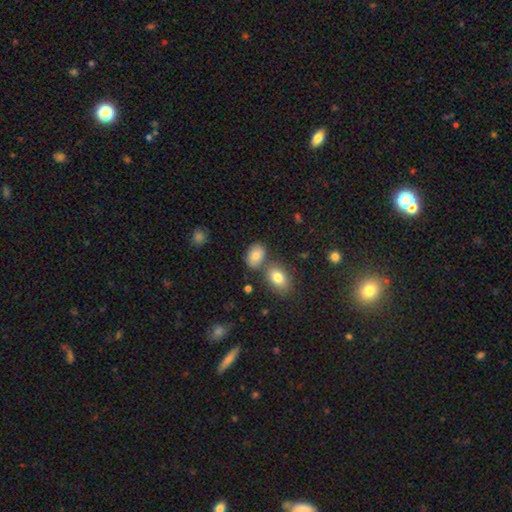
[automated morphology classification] A smooth galaxy with no disk features (80%) that is in between round and cigar-shaped (82%). Merging: none (63%).